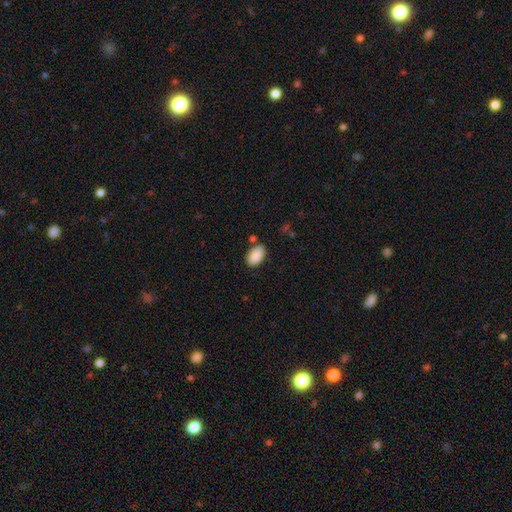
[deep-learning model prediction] This appears to be a smooth galaxy with no disk features (90%) that is in between round and cigar-shaped (93%). Merging: none (79%).